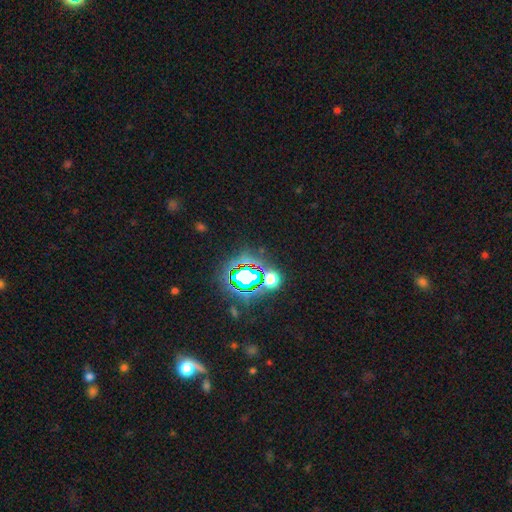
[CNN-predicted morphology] The model was most divided on "smooth or featured": star or artifact: 81%, smooth: 12%, featured or disk: 7%.